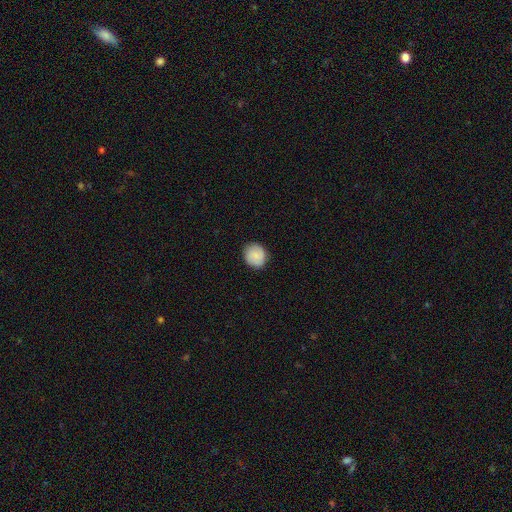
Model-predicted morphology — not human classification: smooth-or-featured: smooth: 81% | featured or disk: 12% | star or artifact: 7%
  how-rounded: round: 84% | in between: 15% | cigar-shaped: 1%
  merging: none: 87% | minor disturbance: 10% | major disturbance: 2% | merger: 1%